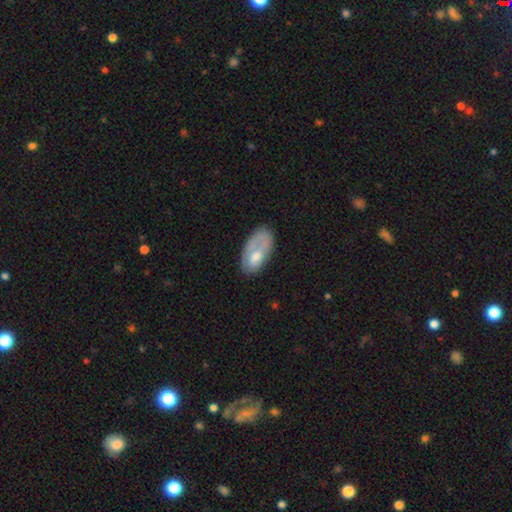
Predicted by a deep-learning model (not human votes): Overall: smooth (56%; featured or disk 37%). How rounded: in between (92%). Merging: none (45%; minor disturbance 28%).